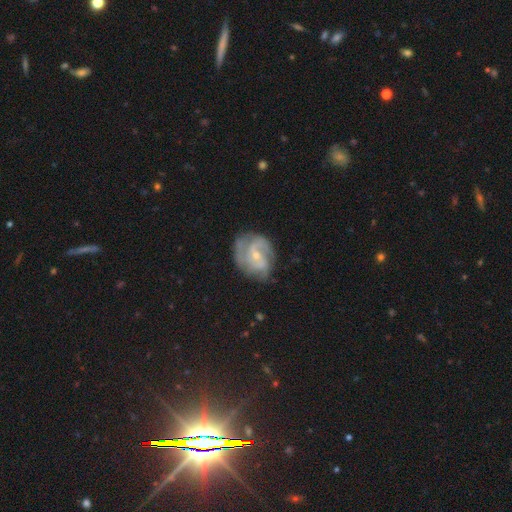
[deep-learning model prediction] Smooth or featured? Predicted: featured or disk (p=0.82). Edge-on disk? Predicted: no (p=0.98). Bar? Predicted: no (p=0.54). Spiral arms? Predicted: yes (p=0.94). Spiral winding? Predicted: medium (p=0.47). Spiral arm count? Predicted: 2 (p=0.43). Bulge size? Predicted: small (p=0.65). Merging? Predicted: none (p=0.65).